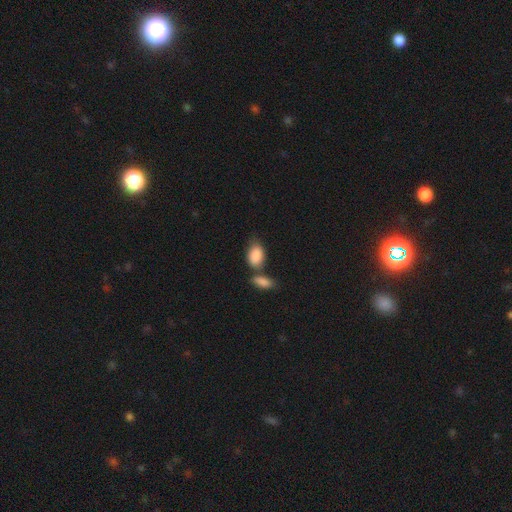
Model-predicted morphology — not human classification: This appears to be a smooth galaxy with no disk features (88%) that is in between round and cigar-shaped (91%). Merging: none (41%).